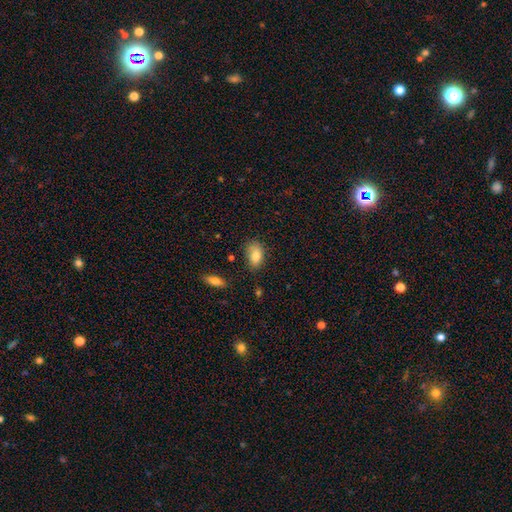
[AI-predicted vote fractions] Smooth or featured? Predicted: smooth (p=0.82). How rounded? Predicted: in between (p=0.87). Merging? Predicted: none (p=0.71).